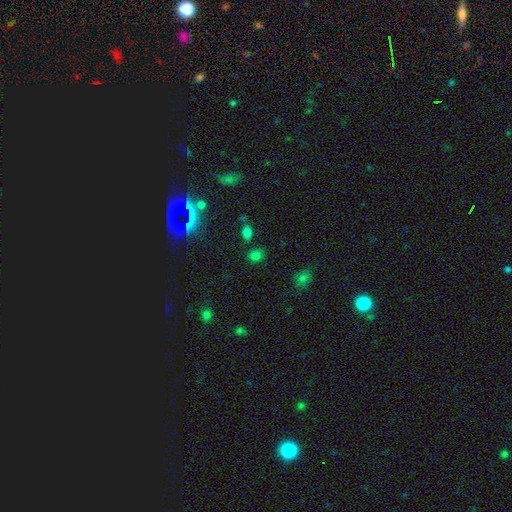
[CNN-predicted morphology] This is likely a smooth galaxy (71%). How rounded: possibly round (60%). Merging: likely none (77%).